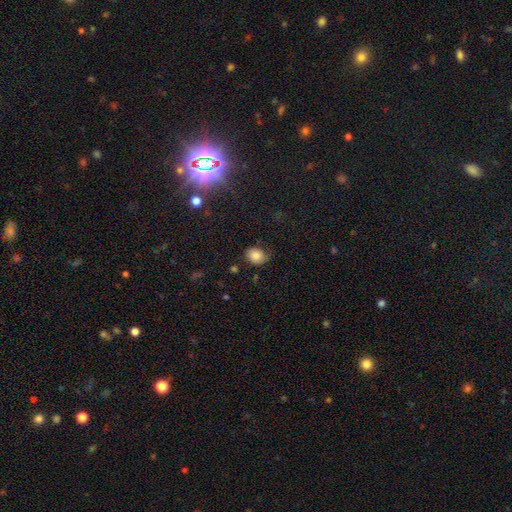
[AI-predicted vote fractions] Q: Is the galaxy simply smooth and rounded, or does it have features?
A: smooth — 83%.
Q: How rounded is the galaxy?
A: round — 52%.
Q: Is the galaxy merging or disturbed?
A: none — 75%.